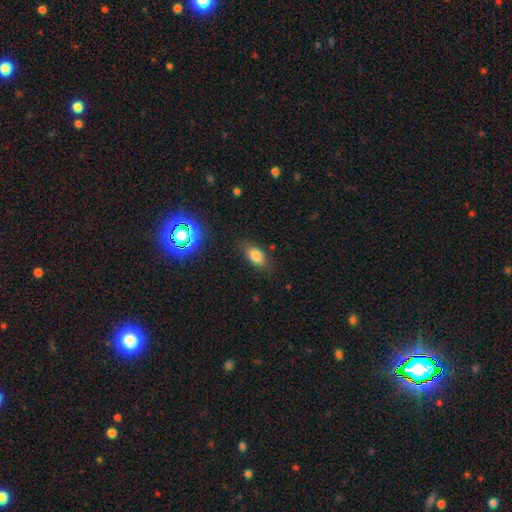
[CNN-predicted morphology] Overall: smooth (80%). How rounded: in between (87%). Merging: none (80%).